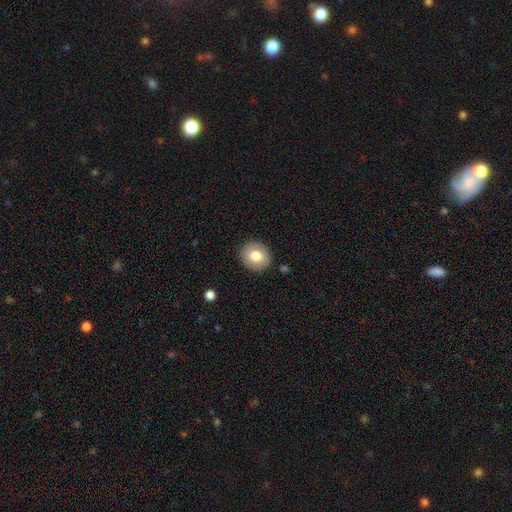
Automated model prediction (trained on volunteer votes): A smooth galaxy with no disk features (77%) that is round (76%). Merging: none (89%).